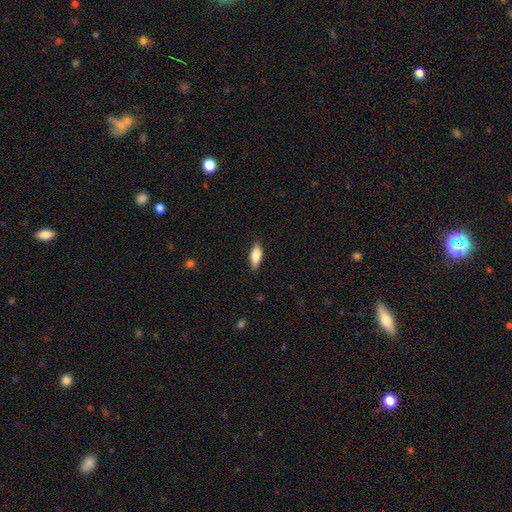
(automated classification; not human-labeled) This appears to be a smooth galaxy with no disk features (83%) that is in between round and cigar-shaped (76%). Merging: none (84%).